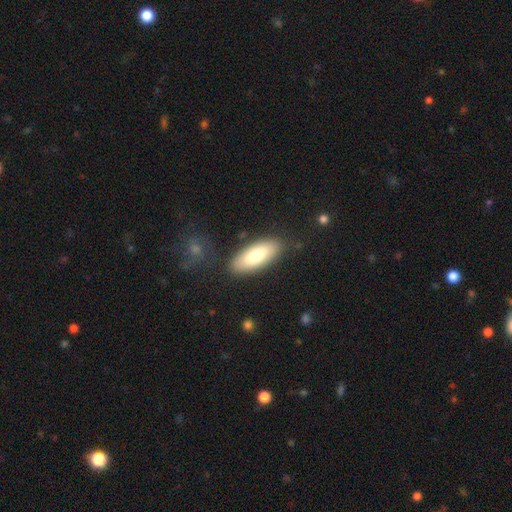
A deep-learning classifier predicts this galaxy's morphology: smooth_or_featured: smooth (p=0.76) [alt: featured or disk p=0.19]
how_rounded: in between (p=0.78) [alt: cigar-shaped p=0.20]
merging: none (p=0.82) [alt: minor disturbance p=0.12]